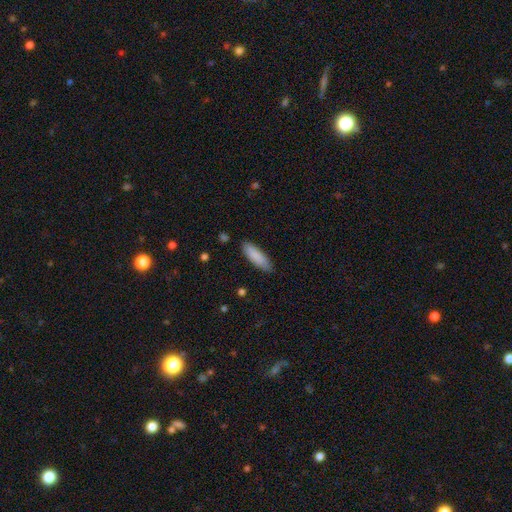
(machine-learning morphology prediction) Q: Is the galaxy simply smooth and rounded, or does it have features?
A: smooth — 87%.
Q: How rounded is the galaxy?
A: cigar-shaped — 51%.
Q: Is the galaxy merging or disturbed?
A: none — 85%.